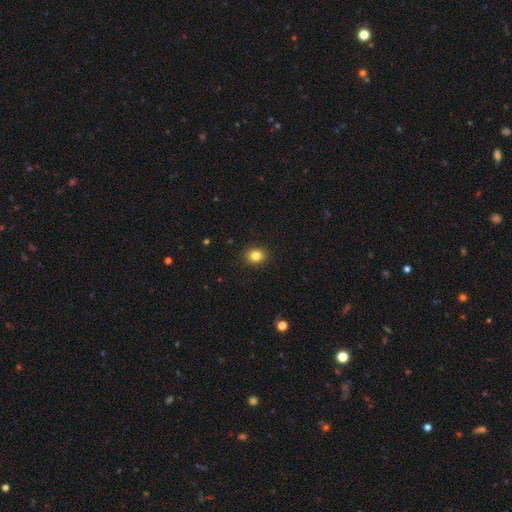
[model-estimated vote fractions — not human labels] Smooth or featured? smooth (83%)
How rounded? round (63%)
Merging? none (91%)